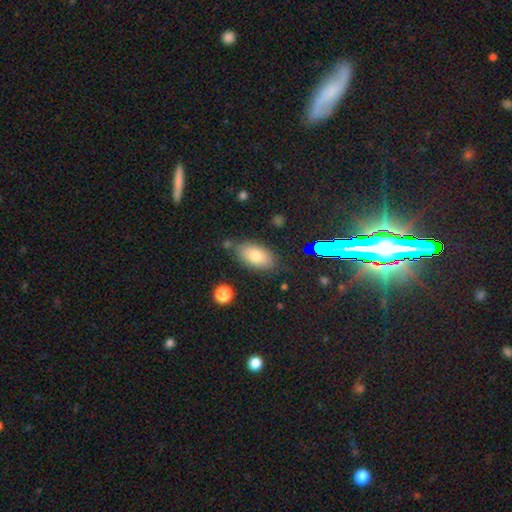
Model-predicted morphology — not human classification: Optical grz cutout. It shows a smooth galaxy with no disk features (76%) that is in between round and cigar-shaped (91%). Merging: none (78%).